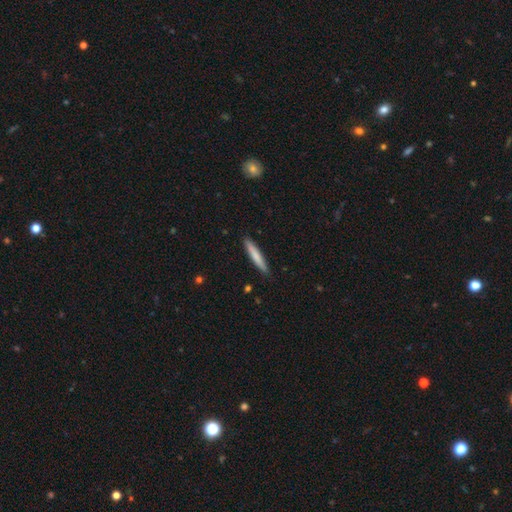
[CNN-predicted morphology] Smooth or featured? Predicted: smooth (p=0.77). How rounded? Predicted: cigar-shaped (p=0.93). Merging? Predicted: none (p=0.88).